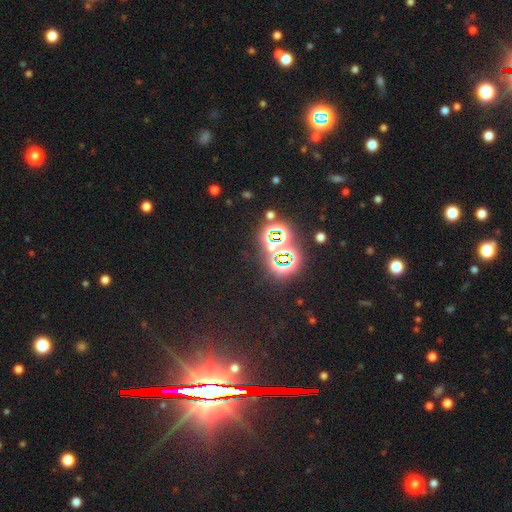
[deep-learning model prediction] Smooth or featured? star or artifact (79%)